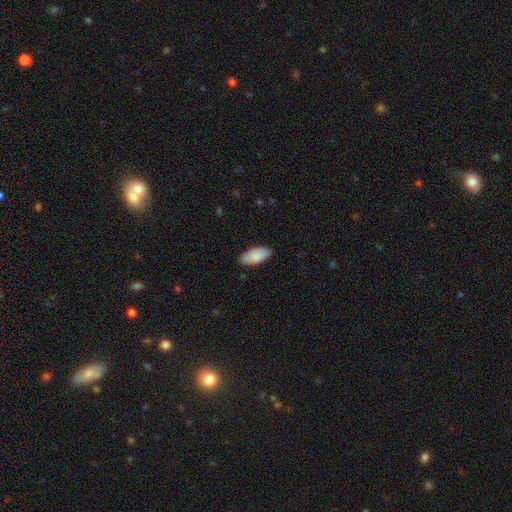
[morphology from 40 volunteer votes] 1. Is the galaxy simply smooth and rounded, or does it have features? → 92% smooth, 8% star or artifact, 0% featured or disk.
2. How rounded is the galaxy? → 100% in between, 0% round, 0% cigar-shaped.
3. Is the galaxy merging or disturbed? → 92% none, 5% minor disturbance, 3% major disturbance, 0% merger.